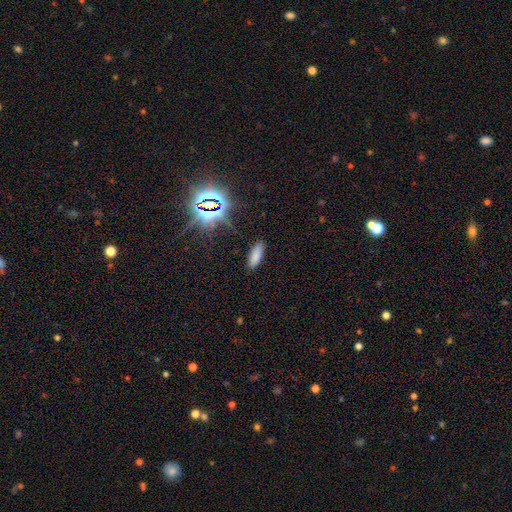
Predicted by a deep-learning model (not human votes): Smooth or featured?
  - smooth: 78% *
  - star or artifact: 16%
  - featured or disk: 6%
How rounded?
  - in between: 56% *
  - cigar-shaped: 42%
  - round: 2%
Merging?
  - none: 88% *
  - minor disturbance: 8%
  - major disturbance: 2%
  - merger: 1%